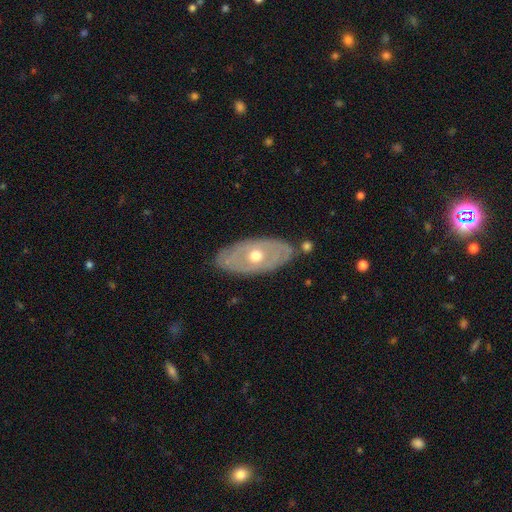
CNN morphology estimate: This appears to be a featured or disk galaxy (66%) with no bar (92%), no spiral arms (74%) and a moderate central bulge (78%). Merging: none (80%).